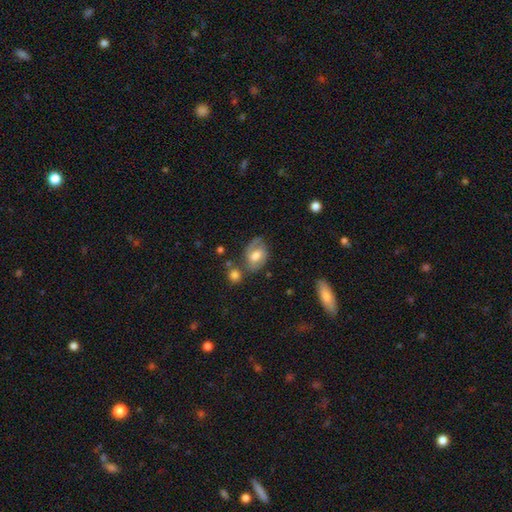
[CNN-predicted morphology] This is possibly a featured or disk galaxy (58%). It is clearly not viewed edge-on (96%). Bar: possibly weak (49%). Spiral arm pattern: clearly yes (81%). Central bulge: likely moderate (65%). Merging: possibly none (57%).